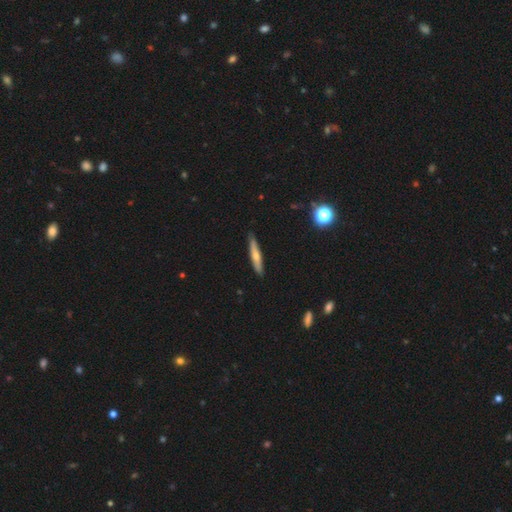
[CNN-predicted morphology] The model was most divided on "smooth or featured": smooth: 51%, featured or disk: 43%, star or artifact: 6%. More confident: how rounded — cigar-shaped (89%); merging — none (85%).